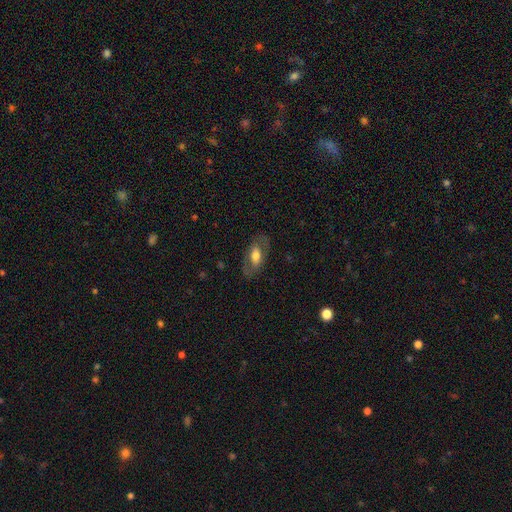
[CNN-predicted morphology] Smooth or featured?
  - smooth: 54% *
  - featured or disk: 40%
  - star or artifact: 7%
How rounded?
  - in between: 87% *
  - cigar-shaped: 8%
  - round: 5%
Merging?
  - none: 77% *
  - minor disturbance: 14%
  - major disturbance: 7%
  - merger: 1%